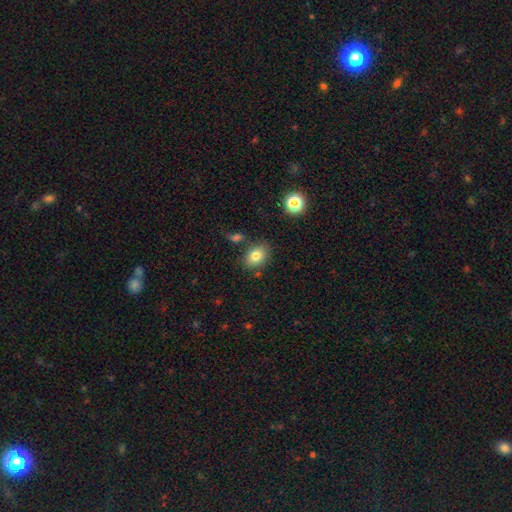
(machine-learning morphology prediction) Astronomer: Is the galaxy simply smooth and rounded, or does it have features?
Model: smooth — 80%.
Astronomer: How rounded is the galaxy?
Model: in between — 64%.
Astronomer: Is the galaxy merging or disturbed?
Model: none — 79%.